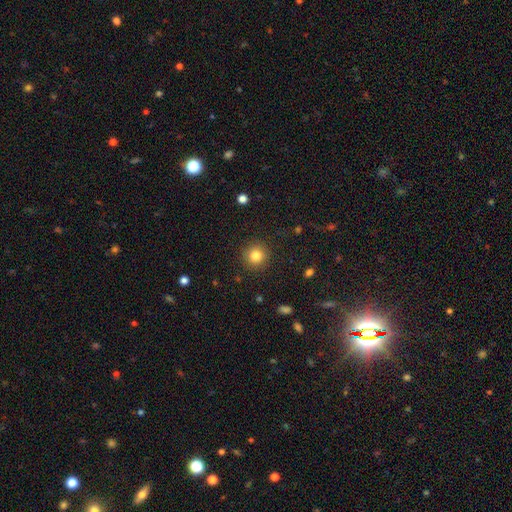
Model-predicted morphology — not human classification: A smooth galaxy with no disk features (82%) that is round (93%). Merging: none (90%).